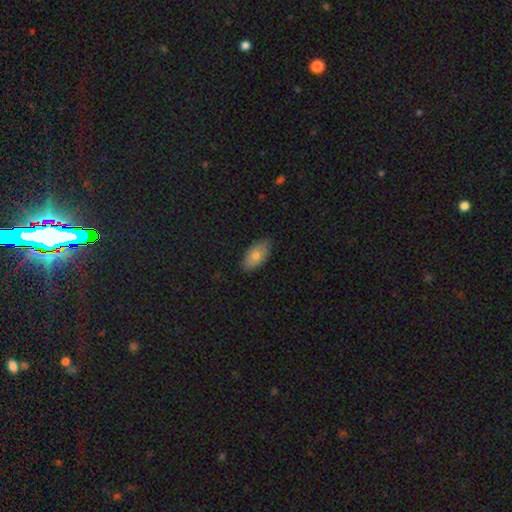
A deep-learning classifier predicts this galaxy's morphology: Smooth or featured? smooth (76%)
How rounded? in between (92%)
Merging? none (83%)